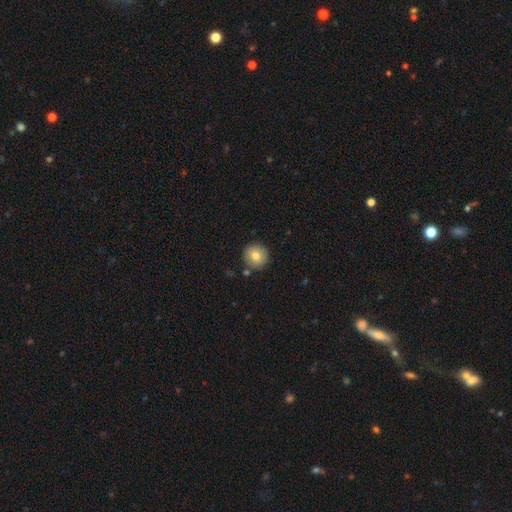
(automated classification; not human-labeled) Smooth or featured? Predicted: smooth (p=0.78). How rounded? Predicted: round (p=0.95). Merging? Predicted: none (p=0.86).